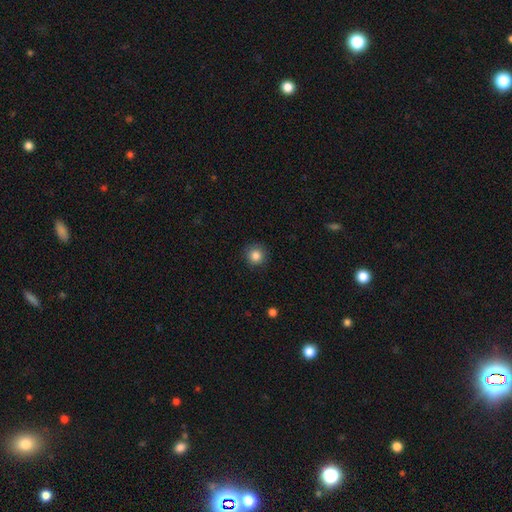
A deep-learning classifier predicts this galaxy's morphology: smooth_or_featured: smooth (p=0.84) [alt: star or artifact p=0.11]
how_rounded: round (p=0.95) [alt: in between p=0.04]
merging: none (p=0.90) [alt: minor disturbance p=0.07]